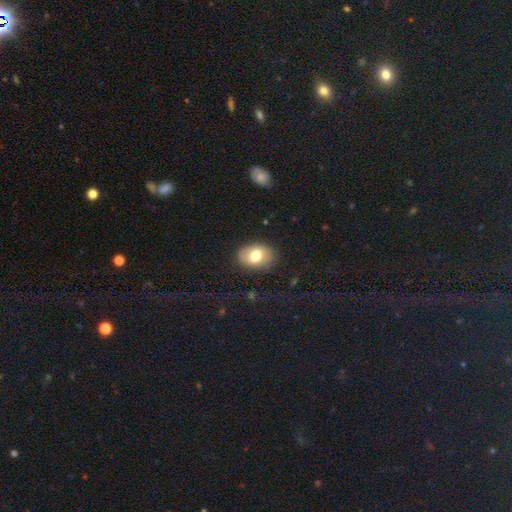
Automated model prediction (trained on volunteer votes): smooth 73%, featured or disk 19%, star or artifact 8%. Down the decision tree: how rounded — in between (75%); merging — none (82%).